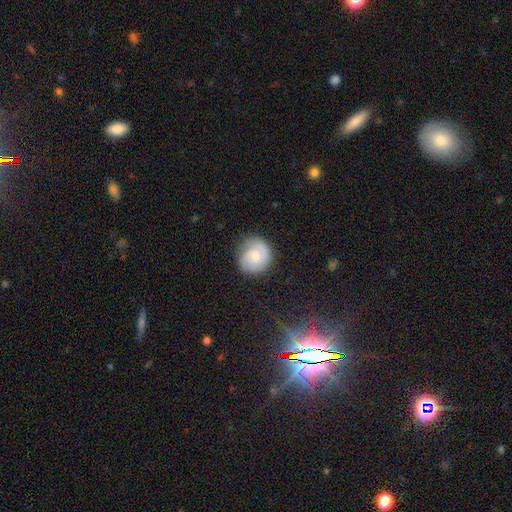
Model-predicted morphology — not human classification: Overall: featured or disk (58%; smooth 34%). Edge-on disk: no (98%). Bar: no (62%; weak 34%). Spiral arms: yes (92%). Spiral arm count: 2 (57%; can't tell 18%). Spiral winding: tight (54%; medium 35%). Bulge size: moderate (45%; small 44%). Merging: none (77%).